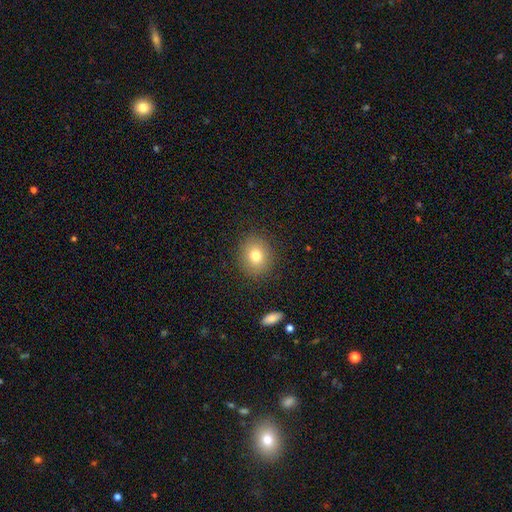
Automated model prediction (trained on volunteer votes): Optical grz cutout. It shows a smooth galaxy with no disk features (77%) that is round (74%). Merging: none (87%).